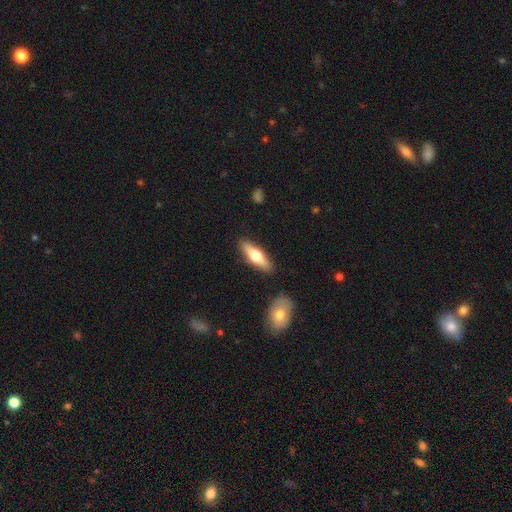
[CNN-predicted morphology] This is possibly a smooth galaxy (52%). How rounded: possibly cigar-shaped (59%). Merging: clearly none (87%).